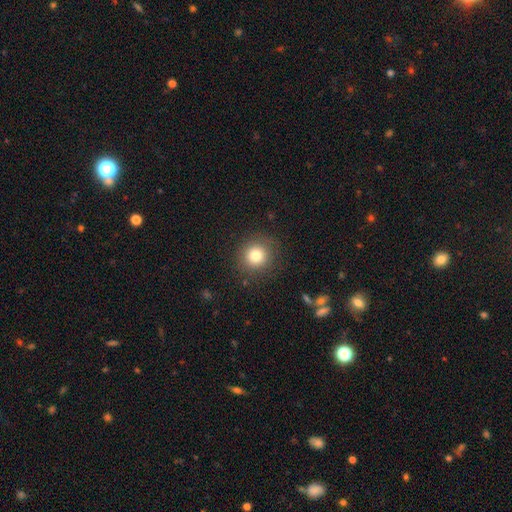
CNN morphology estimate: The model was most divided on "smooth or featured": smooth: 80%, star or artifact: 12%, featured or disk: 8%. More confident: how rounded — round (92%); merging — none (87%).